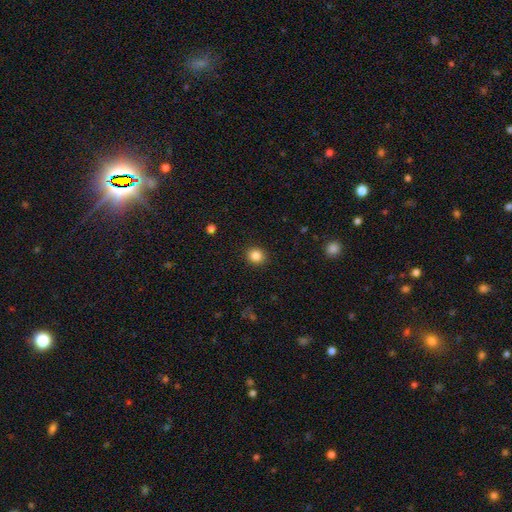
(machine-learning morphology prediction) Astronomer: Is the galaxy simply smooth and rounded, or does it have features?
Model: smooth — 86%.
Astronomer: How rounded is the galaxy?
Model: round — 79%.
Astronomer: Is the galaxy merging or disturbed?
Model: none — 91%.